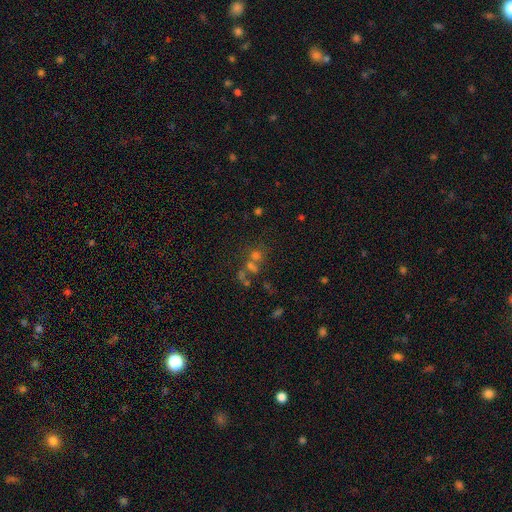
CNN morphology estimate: smooth-or-featured: star or artifact: 41% | smooth: 40% | featured or disk: 20%